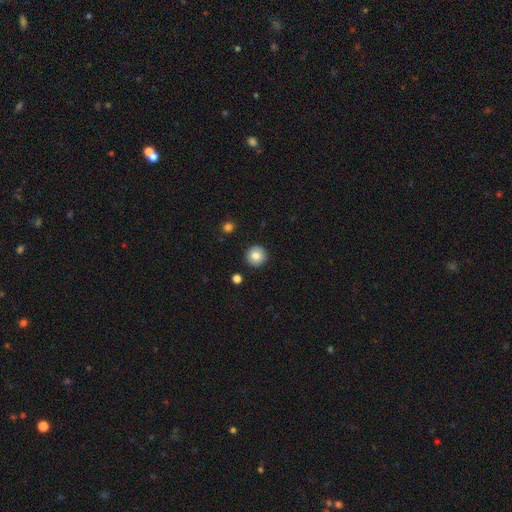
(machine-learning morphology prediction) smooth 82%, featured or disk 10%, star or artifact 9%. Down the decision tree: how rounded — round (95%); merging — none (92%).